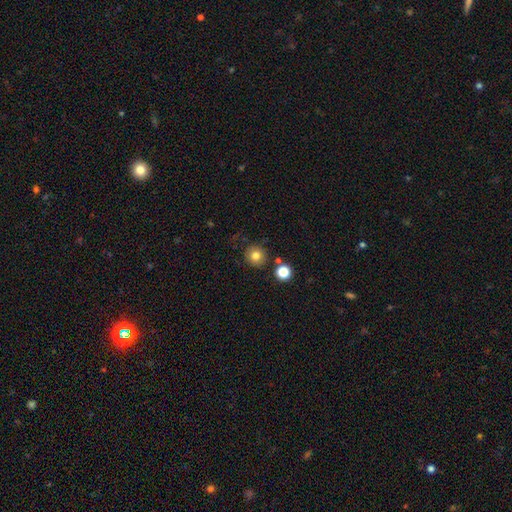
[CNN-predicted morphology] A smooth galaxy with no disk features (79%) that is round (93%). Merging: none (82%).